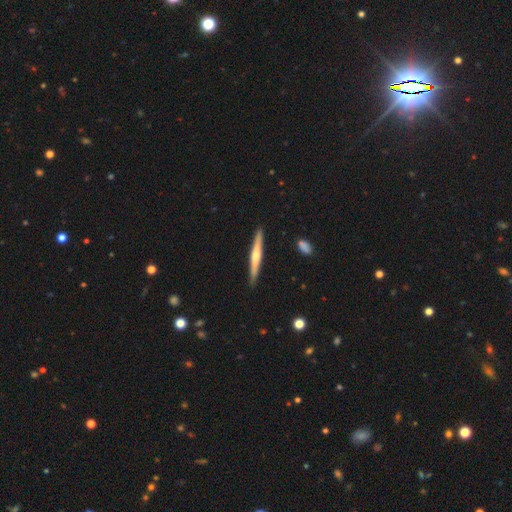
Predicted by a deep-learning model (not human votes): A featured or disk galaxy (61%) viewed edge-on (97%) with a rounded central bulge (79%).

Vote fractions:
- Smooth or featured? featured or disk: 61% / smooth: 34% / star or artifact: 5%
- Edge-on disk? yes: 97% / no: 3%
- Edge-on bulge? rounded: 79% / none: 16% / boxy: 5%
- Merging? none: 91% / minor disturbance: 7% / merger: 1% / major disturbance: 1%